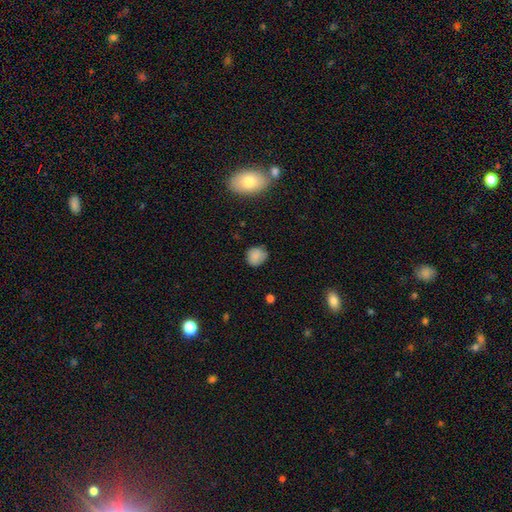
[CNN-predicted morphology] This is clearly a smooth galaxy (83%). How rounded: likely round (79%). Merging: likely none (74%).